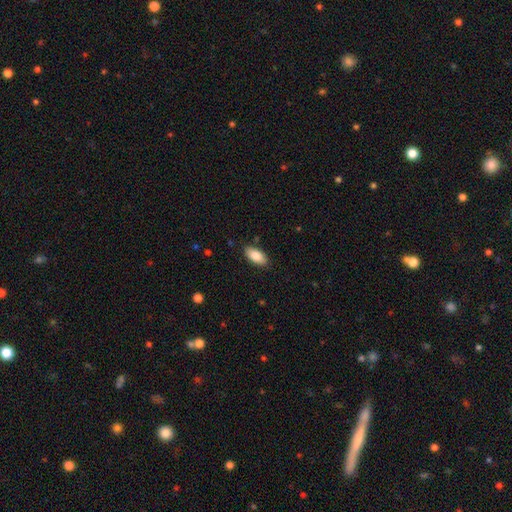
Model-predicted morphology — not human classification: Smooth or featured? smooth (85%)
How rounded? in between (92%)
Merging? none (87%)